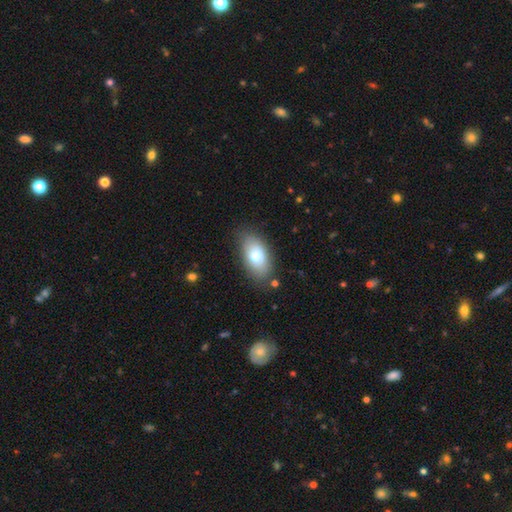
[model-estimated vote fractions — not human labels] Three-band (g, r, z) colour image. It shows a smooth galaxy with no disk features (74%) that is in between round and cigar-shaped (92%). Merging: none (81%).